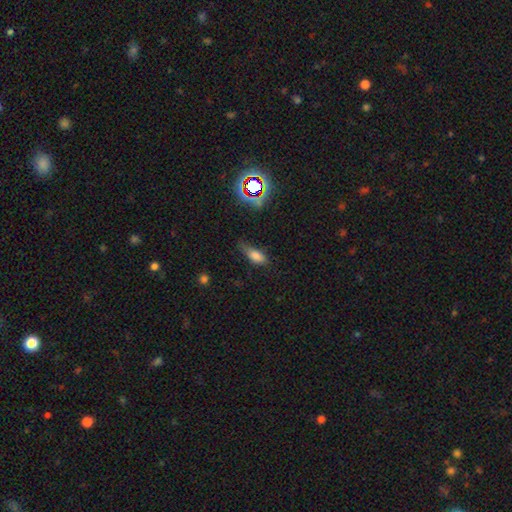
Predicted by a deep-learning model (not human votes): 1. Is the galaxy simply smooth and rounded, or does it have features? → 74% smooth, 15% star or artifact, 11% featured or disk.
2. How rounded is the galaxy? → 79% in between, 16% cigar-shaped, 5% round.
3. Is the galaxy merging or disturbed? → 49% none, 35% minor disturbance, 13% major disturbance, 3% merger.